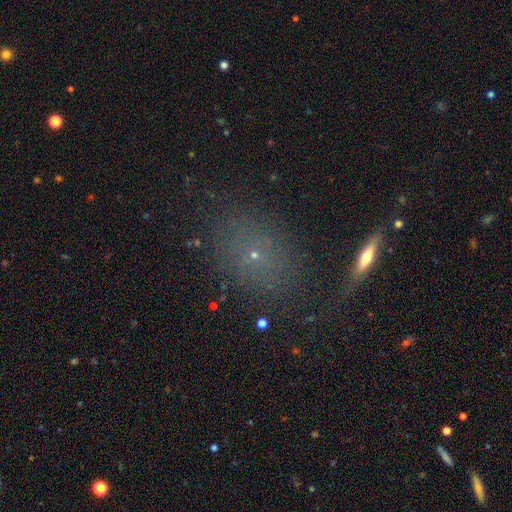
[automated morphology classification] smooth 54%, star or artifact 24%, featured or disk 22%. Down the decision tree: how rounded — in between (56%); merging — none (78%).